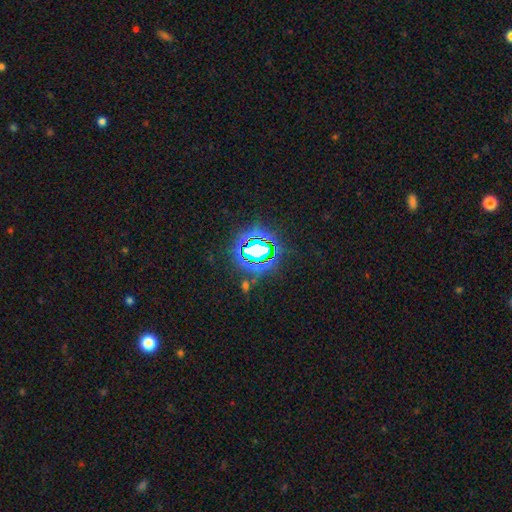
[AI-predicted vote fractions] The model was most divided on "smooth or featured": star or artifact: 75%, smooth: 15%, featured or disk: 10%.